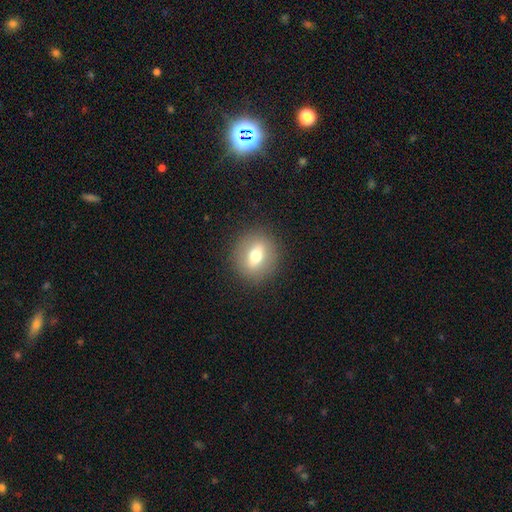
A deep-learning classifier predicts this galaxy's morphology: The model was most divided on "smooth or featured": smooth: 61%, featured or disk: 29%, star or artifact: 10%. More confident: merging — none (89%); how rounded — round (74%).